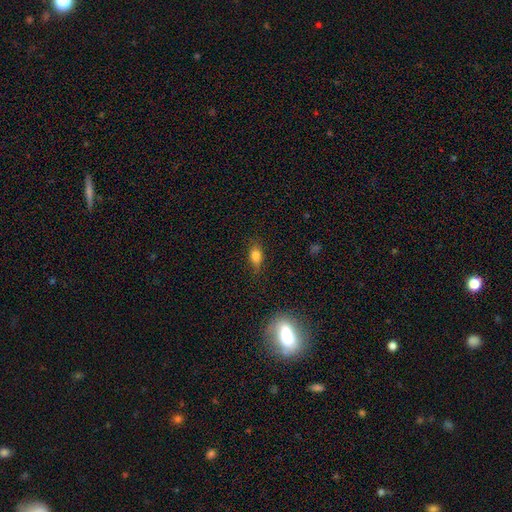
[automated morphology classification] smooth_or_featured: smooth (p=0.78) [alt: star or artifact p=0.11]
how_rounded: in between (p=0.77) [alt: round p=0.15]
merging: none (p=0.78) [alt: minor disturbance p=0.17]